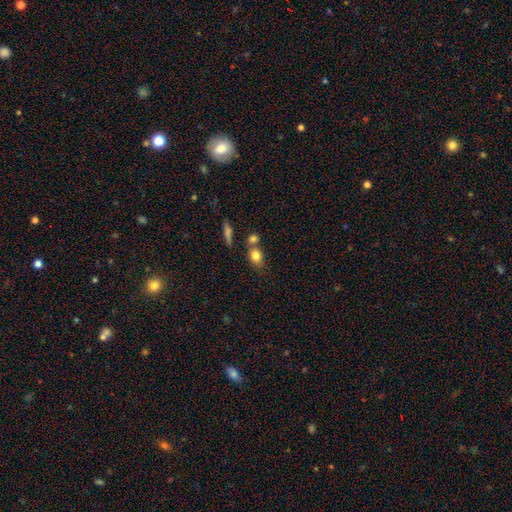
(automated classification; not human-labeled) Smooth or featured? smooth (81%)
How rounded? round (50%)
Merging? none (53%)